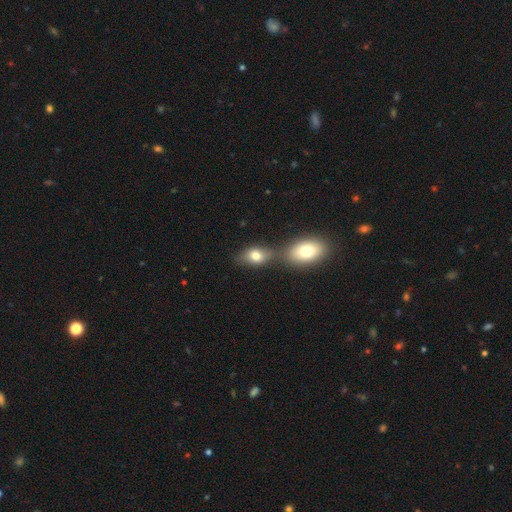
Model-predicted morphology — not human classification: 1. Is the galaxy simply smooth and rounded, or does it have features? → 77% smooth, 13% featured or disk, 10% star or artifact.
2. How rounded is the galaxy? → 73% in between, 23% round, 3% cigar-shaped.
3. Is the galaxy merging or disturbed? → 47% merger, 39% none, 10% minor disturbance, 4% major disturbance.